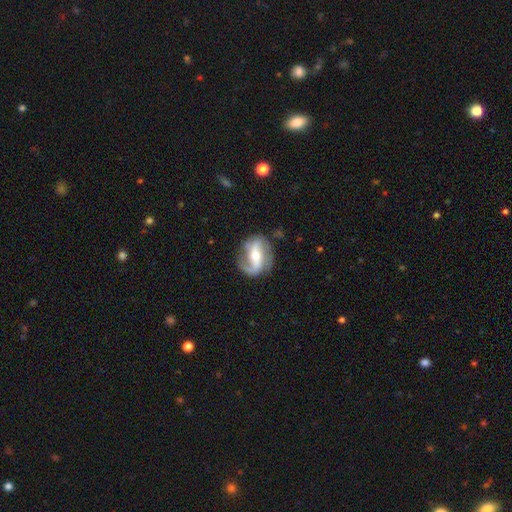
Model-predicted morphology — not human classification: smooth-or-featured: featured or disk: 84% | smooth: 11% | star or artifact: 5%
  disk-edge-on: no: 95% | yes: 5%
    bar: strong: 46% | weak: 33% | no: 21%
    has-spiral-arms: yes: 93% | no: 7%
      spiral-winding: loose: 48% | medium: 37% | tight: 15%
      spiral-arm-count: 2: 83% | 1: 8% | can't tell: 5% | 3: 2% | 4: 1% | more than 4: 1%
    bulge-size: moderate: 62% | small: 31% | large: 5% | none: 1% | dominant: 1%
  merging: none: 75% | minor disturbance: 16% | major disturbance: 8% | merger: 2%